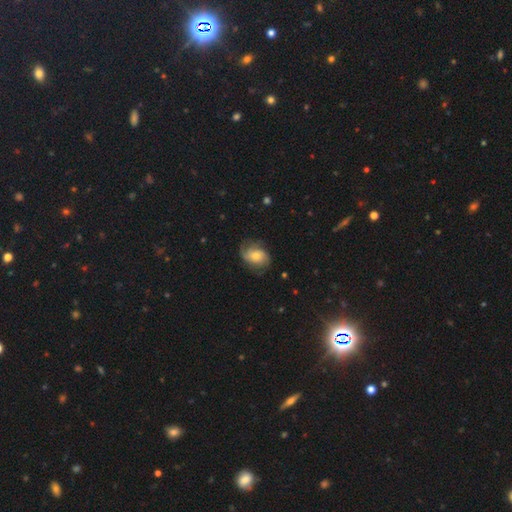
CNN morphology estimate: smooth-or-featured: featured or disk: 62% | smooth: 31% | star or artifact: 8%
  disk-edge-on: no: 97% | yes: 3%
    bar: no: 73% | weak: 22% | strong: 4%
    has-spiral-arms: yes: 90% | no: 10%
      spiral-winding: medium: 41% | tight: 32% | loose: 27%
      spiral-arm-count: 2: 51% | can't tell: 21% | 3: 14% | 1: 8% | 4: 4% | more than 4: 3%
    bulge-size: moderate: 46% | small: 44% | large: 6% | none: 3% | dominant: 2%
  merging: none: 65% | minor disturbance: 22% | major disturbance: 11% | merger: 1%